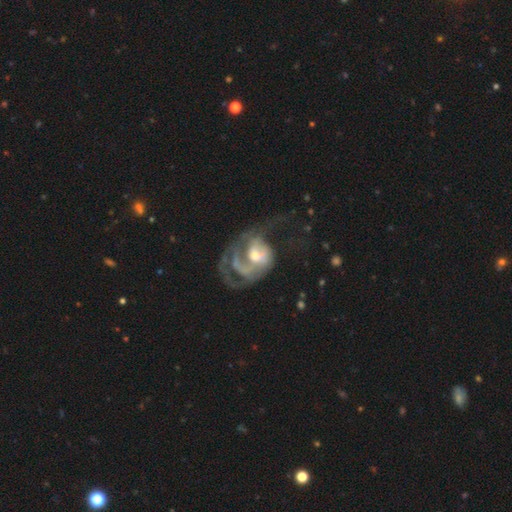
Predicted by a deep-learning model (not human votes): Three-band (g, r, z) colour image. It shows a featured or disk galaxy (78%) with no bar (56%), 2 (31%) medium (41%) spiral arms (80%) and a moderate central bulge (56%). Merging: major disturbance (55%).